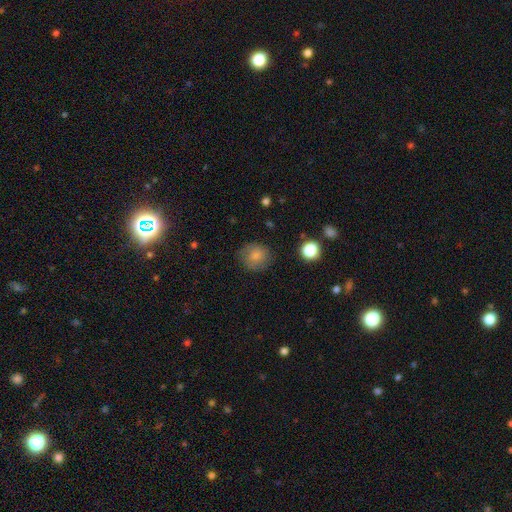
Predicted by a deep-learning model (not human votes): smooth 79%, featured or disk 11%, star or artifact 10%. Down the decision tree: how rounded — round (86%); merging — none (78%).